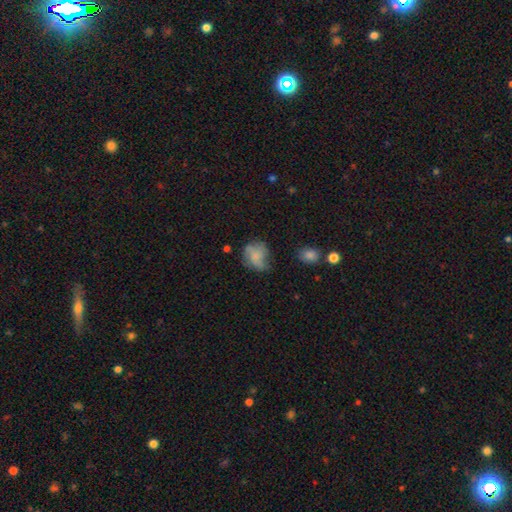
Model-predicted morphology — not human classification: Smooth or featured: smooth — 60% (featured or disk — 29%)
How rounded: round — 51% (in between — 47%)
Merging: none — 49% (minor disturbance — 29%)